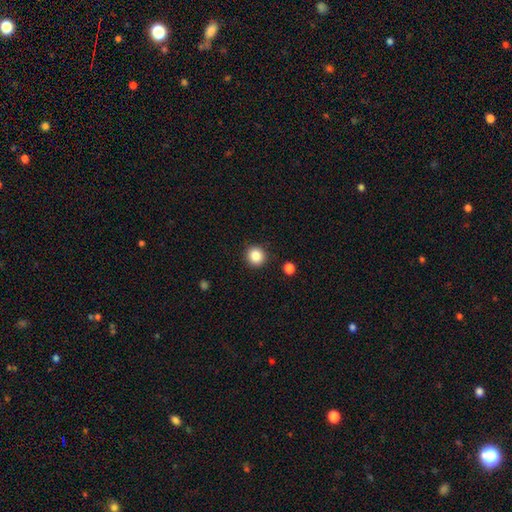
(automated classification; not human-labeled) Smooth or featured? Predicted: smooth (p=0.86). How rounded? Predicted: round (p=0.93). Merging? Predicted: none (p=0.91).